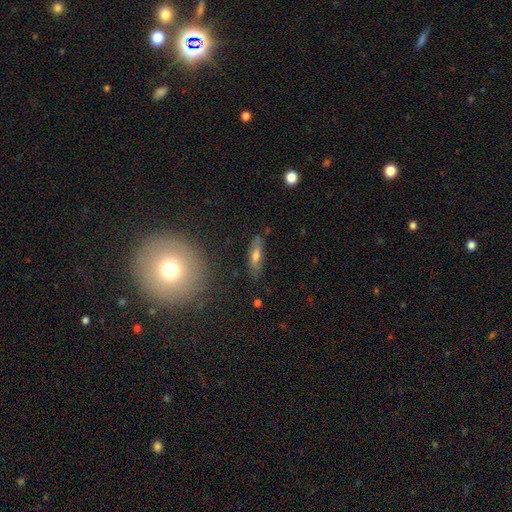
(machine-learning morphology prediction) smooth-or-featured: smooth: 57% | featured or disk: 33% | star or artifact: 10%
  how-rounded: cigar-shaped: 49% | in between: 48% | round: 3%
  merging: none: 78% | minor disturbance: 15% | major disturbance: 4% | merger: 2%